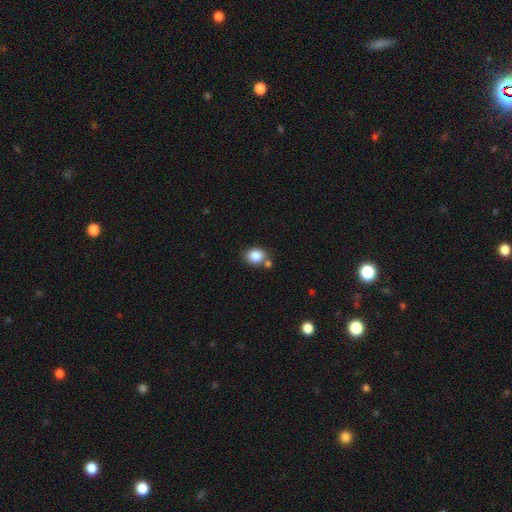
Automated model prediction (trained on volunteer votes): Smooth or featured? Predicted: smooth (p=0.86). How rounded? Predicted: round (p=0.61). Merging? Predicted: none (p=0.66).